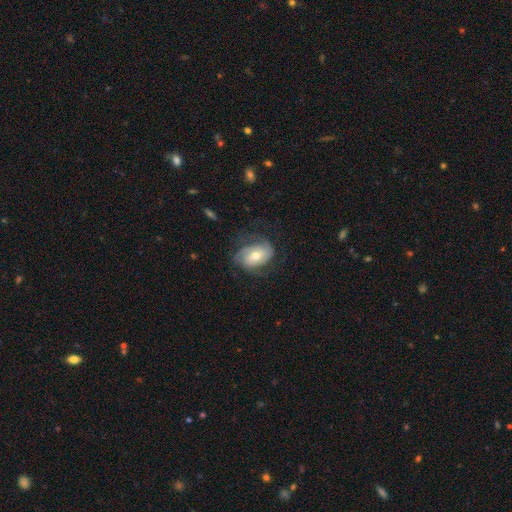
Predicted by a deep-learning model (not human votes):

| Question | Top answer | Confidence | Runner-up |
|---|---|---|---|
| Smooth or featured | featured or disk | 66% | smooth (27%) |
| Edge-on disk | no | 95% | yes (5%) |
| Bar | no | 63% | weak (28%) |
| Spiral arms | yes | 85% | no (15%) |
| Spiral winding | tight | 40% | medium (38%) |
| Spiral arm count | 2 | 40% | can't tell (28%) |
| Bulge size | moderate | 69% | small (23%) |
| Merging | none | 60% | minor disturbance (22%) |